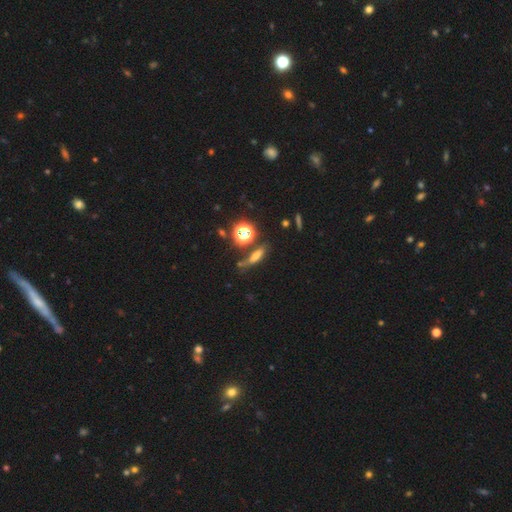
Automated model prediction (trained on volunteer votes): Smooth or featured?
  - smooth: 56% *
  - star or artifact: 24%
  - featured or disk: 20%
How rounded?
  - cigar-shaped: 57% *
  - in between: 29%
  - round: 14%
Merging?
  - none: 65% *
  - minor disturbance: 17%
  - merger: 11%
  - major disturbance: 7%